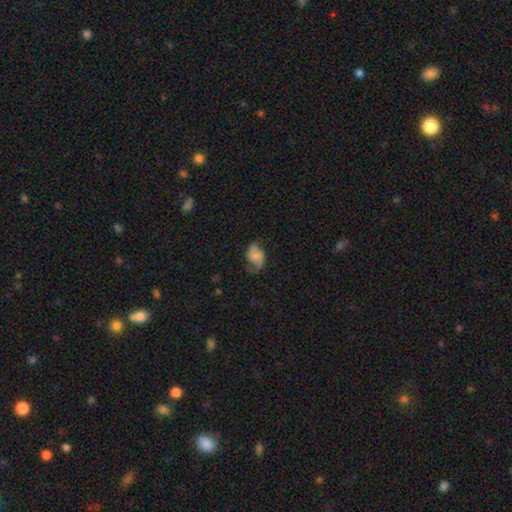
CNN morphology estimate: Smooth or featured? featured or disk (55%)
Edge-on disk? no (97%)
Bar? no (57%)
Spiral arms? yes (87%)
Bulge size? small (36%)
Merging? none (53%)